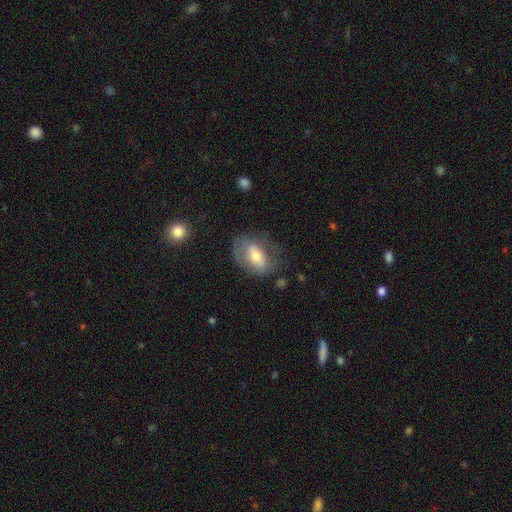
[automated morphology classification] A smooth galaxy with no disk features (48%). Merging: none (60%).